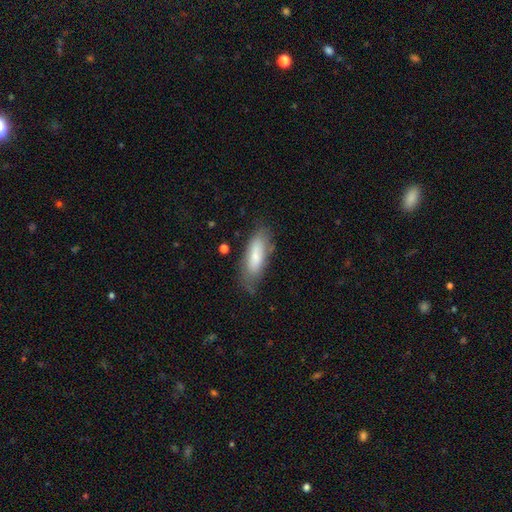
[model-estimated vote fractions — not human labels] smooth_or_featured: smooth (p=0.72) [alt: featured or disk p=0.21]
how_rounded: in between (p=0.64) [alt: cigar-shaped p=0.34]
merging: none (p=0.68) [alt: minor disturbance p=0.23]